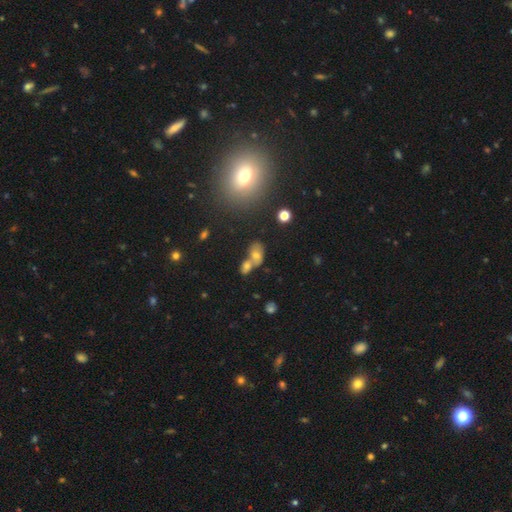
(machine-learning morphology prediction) type=smooth (60%); roundness=in between (76%); merging=merger (60%).